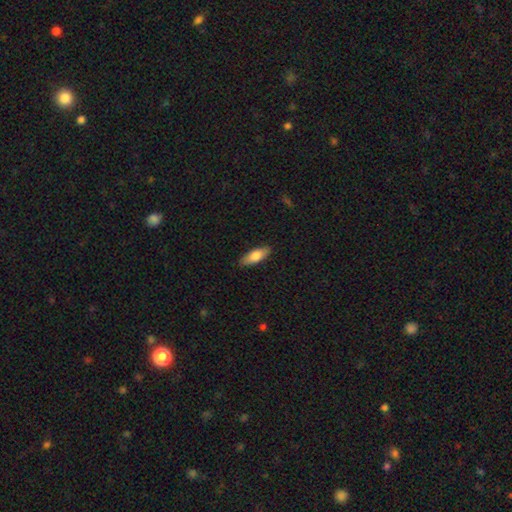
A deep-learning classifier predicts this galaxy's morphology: Smooth or featured?
  - smooth: 76% *
  - featured or disk: 18%
  - star or artifact: 6%
How rounded?
  - in between: 68% *
  - cigar-shaped: 30%
  - round: 2%
Merging?
  - none: 88% *
  - minor disturbance: 9%
  - major disturbance: 2%
  - merger: 1%